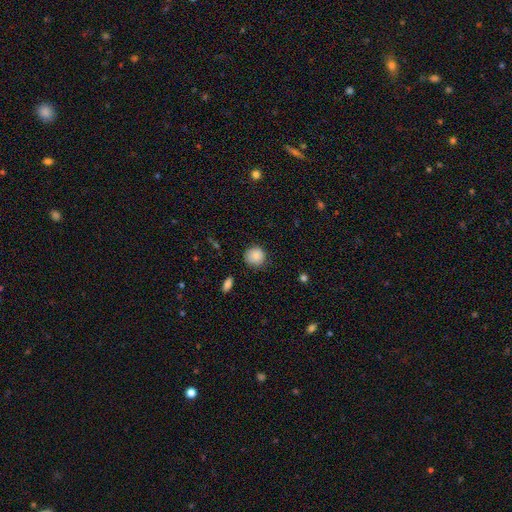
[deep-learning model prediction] Overall: smooth (86%). How rounded: round (90%). Merging: none (81%).